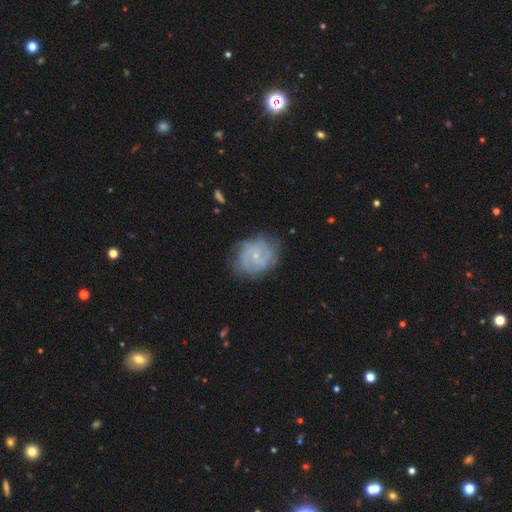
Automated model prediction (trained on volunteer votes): Smooth or featured? featured or disk (80%)
Edge-on disk? no (98%)
Bar? no (62%)
Spiral arms? yes (91%)
Spiral winding? tight (52%)
Spiral arm count? 2 (35%)
Bulge size? small (76%)
Merging? none (71%)